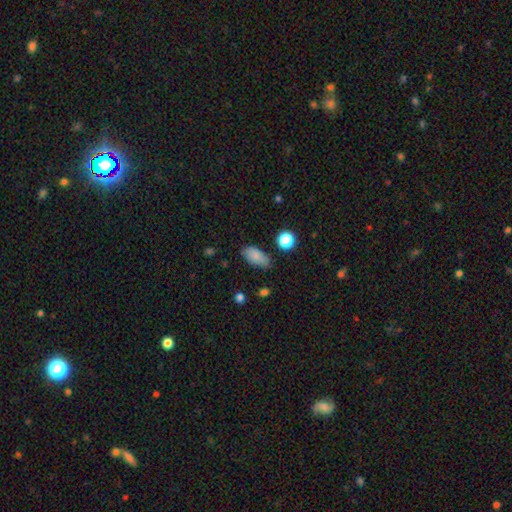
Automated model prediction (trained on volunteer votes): smooth_or_featured: smooth (p=0.83) [alt: star or artifact p=0.09]
how_rounded: in between (p=0.90) [alt: cigar-shaped p=0.06]
merging: none (p=0.74) [alt: minor disturbance p=0.20]